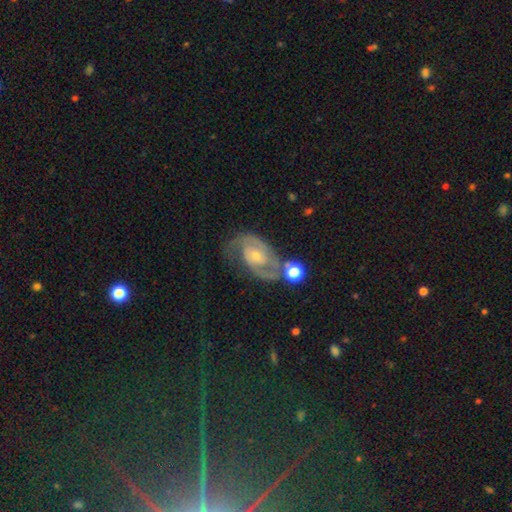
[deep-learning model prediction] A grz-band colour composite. It shows a featured or disk galaxy (85%) with no bar (56%), 2 (85%) medium (49%) spiral arms (95%) and a small central bulge (59%). Merging: none (59%).